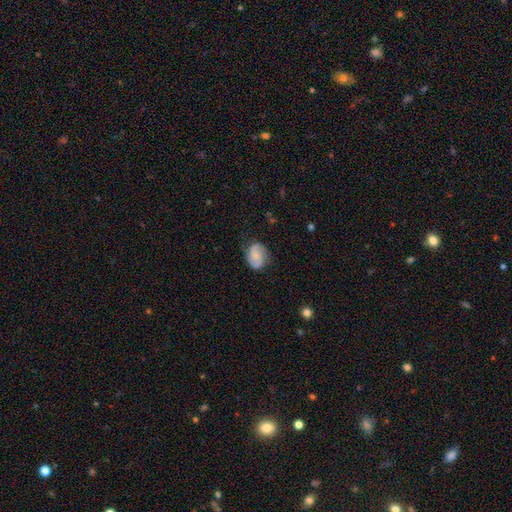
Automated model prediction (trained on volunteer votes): smooth-or-featured: featured or disk: 55% | smooth: 38% | star or artifact: 8%
  disk-edge-on: no: 98% | yes: 2%
    bar: no: 59% | weak: 34% | strong: 7%
    has-spiral-arms: yes: 91% | no: 9%
    bulge-size: small: 40% | none: 30% | moderate: 25% | large: 4% | dominant: 1%
  merging: none: 74% | minor disturbance: 19% | major disturbance: 6% | merger: 1%